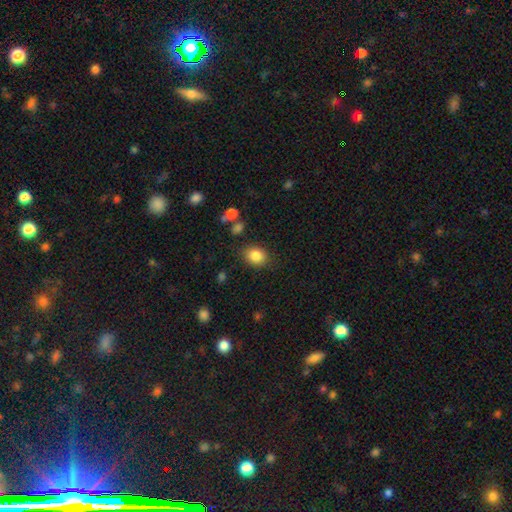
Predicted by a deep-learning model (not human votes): This appears to be a smooth galaxy with no disk features (85%) that is in between round and cigar-shaped (51%). Merging: none (82%).